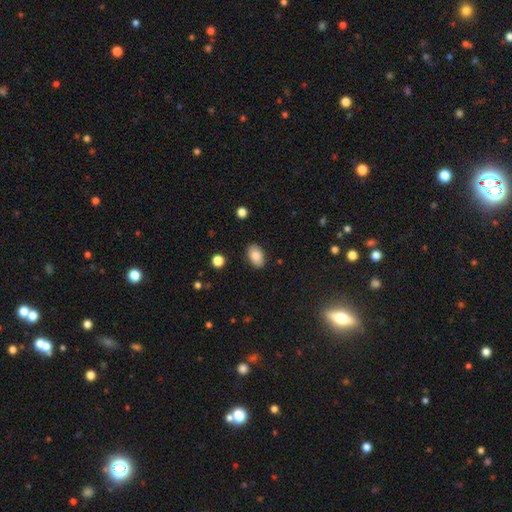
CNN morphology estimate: Overall: smooth (83%). How rounded: in between (90%). Merging: none (87%).